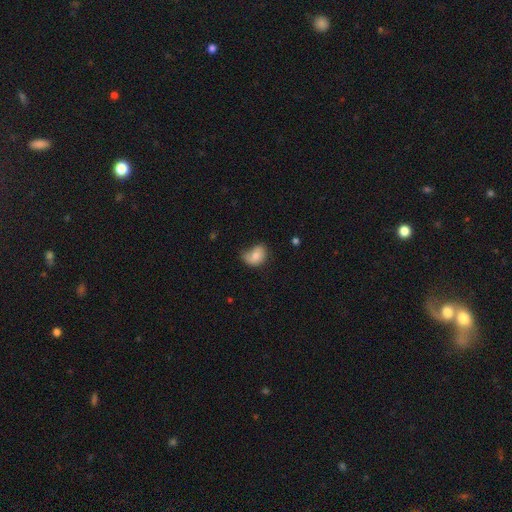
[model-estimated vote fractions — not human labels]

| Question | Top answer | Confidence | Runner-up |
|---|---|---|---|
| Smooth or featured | smooth | 69% | featured or disk (23%) |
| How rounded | in between | 65% | round (34%) |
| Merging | minor disturbance | 40% | none (35%) |